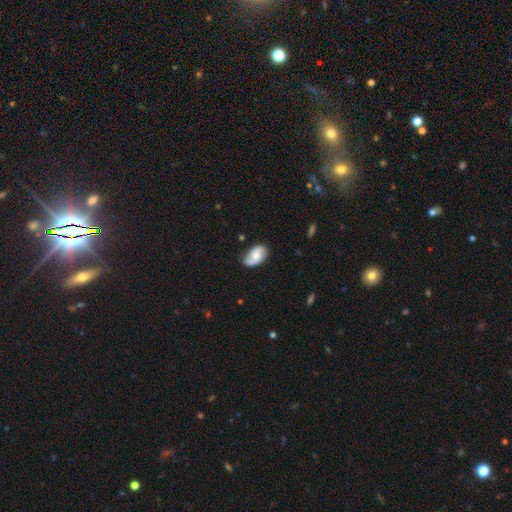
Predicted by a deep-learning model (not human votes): Smooth or featured? featured or disk (60%)
Edge-on disk? no (96%)
Bar? no (60%)
Spiral arms? yes (89%)
Spiral winding? loose (40%)
Spiral arm count? 2 (81%)
Bulge size? moderate (57%)
Merging? none (70%)